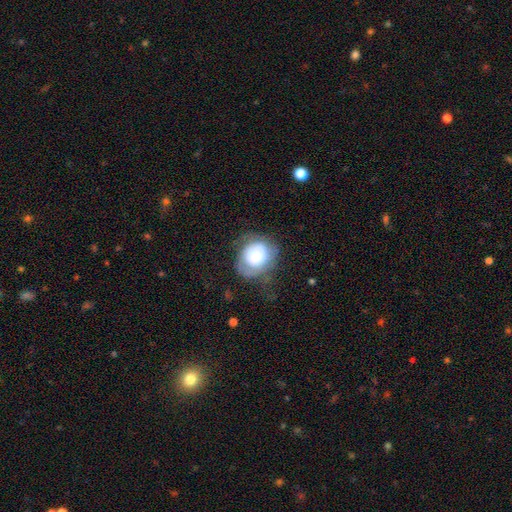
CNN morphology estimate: Smooth or featured? smooth (65%)
How rounded? round (59%)
Merging? none (44%)